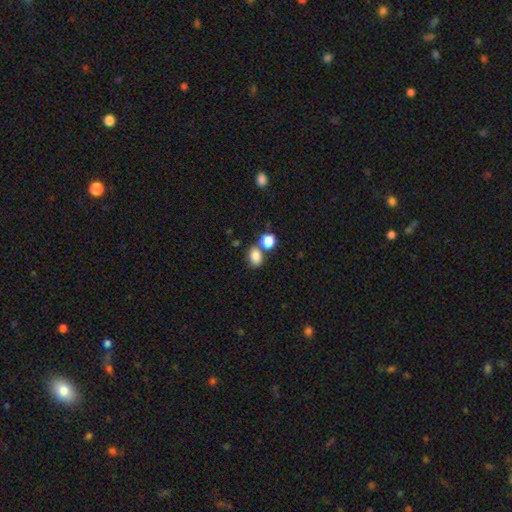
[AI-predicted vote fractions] This appears to be a smooth galaxy with no disk features (83%) that is in between round and cigar-shaped (59%). Merging: none (59%).